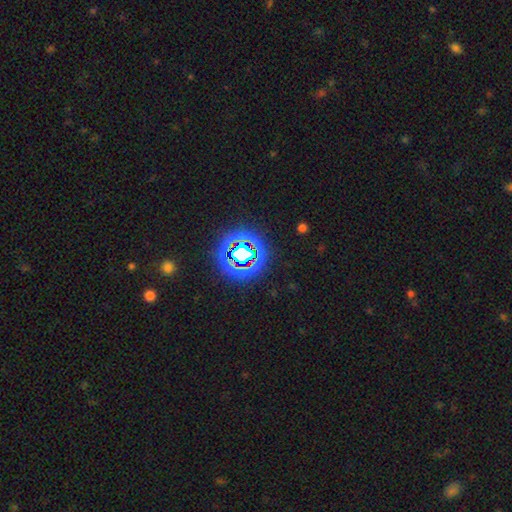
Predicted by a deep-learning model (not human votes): A star or artifact, not a galaxy (77%).